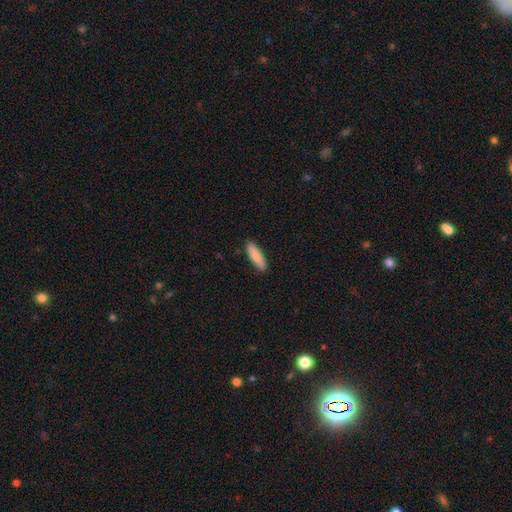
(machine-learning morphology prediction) type=smooth (85%); roundness=cigar-shaped (56%); merging=none (89%).